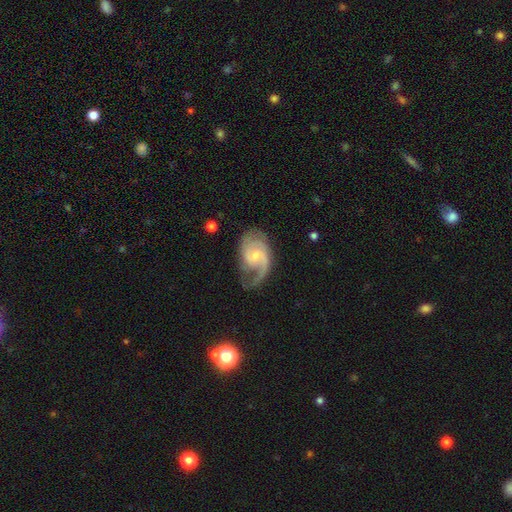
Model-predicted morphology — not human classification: Overall: featured or disk (86%). Edge-on disk: no (97%). Bar: weak (50%; no 43%). Spiral arms: yes (96%). Spiral arm count: 2 (58%; 1 19%). Spiral winding: medium (49%; loose 26%). Bulge size: small (57%; moderate 36%). Merging: none (57%; minor disturbance 23%).